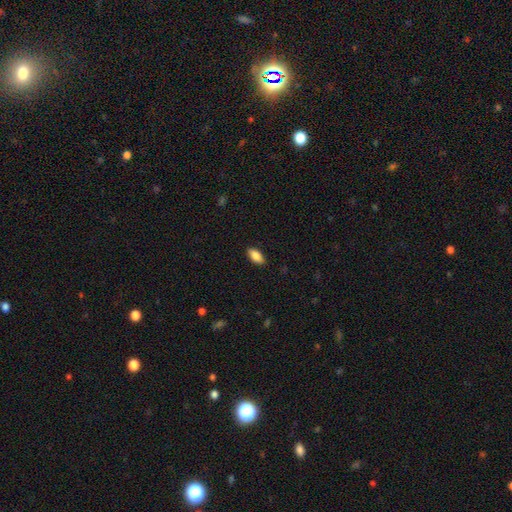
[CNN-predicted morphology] A smooth galaxy with no disk features (86%) that is in between round and cigar-shaped (89%). Merging: none (89%).